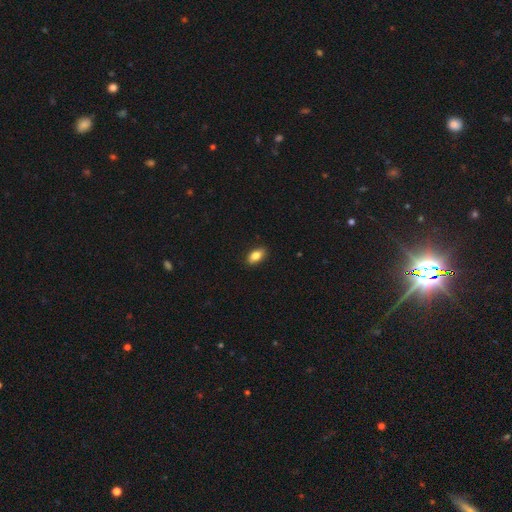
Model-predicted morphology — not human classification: smooth 83%, featured or disk 10%, star or artifact 8%. Down the decision tree: how rounded — in between (89%); merging — none (89%).